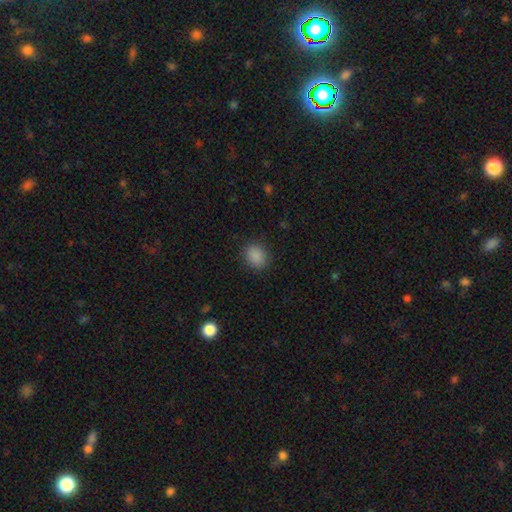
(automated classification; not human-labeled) Q: Smooth or featured?
A: smooth (87%); runner-up: star or artifact (10%)
Q: How rounded?
A: round (60%); runner-up: in between (39%)
Q: Merging?
A: none (86%); runner-up: minor disturbance (9%)